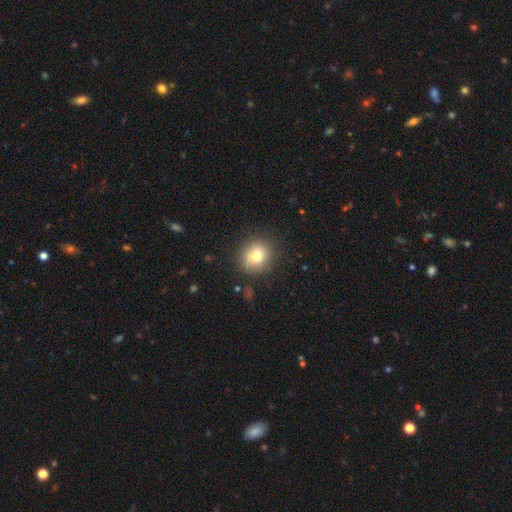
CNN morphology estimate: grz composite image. It shows a smooth galaxy with no disk features (77%) that is round (81%). Merging: none (87%).